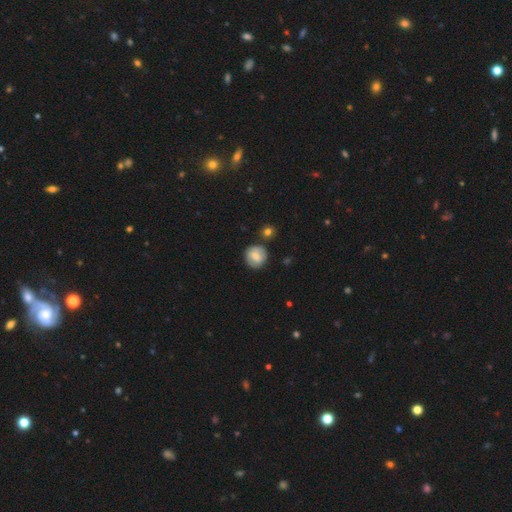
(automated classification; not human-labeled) smooth 67%, featured or disk 26%, star or artifact 8%. Down the decision tree: how rounded — round (85%); merging — none (77%).